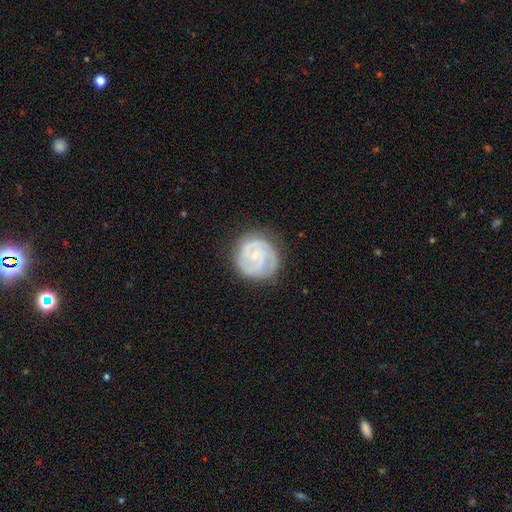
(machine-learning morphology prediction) type=featured or disk (79%); edge-on=no (98%); bar=no (63%); spiral arms=yes (94%); winding=tight (69%); arm count=2 (38%); bulge=small (73%); merging=none (78%).